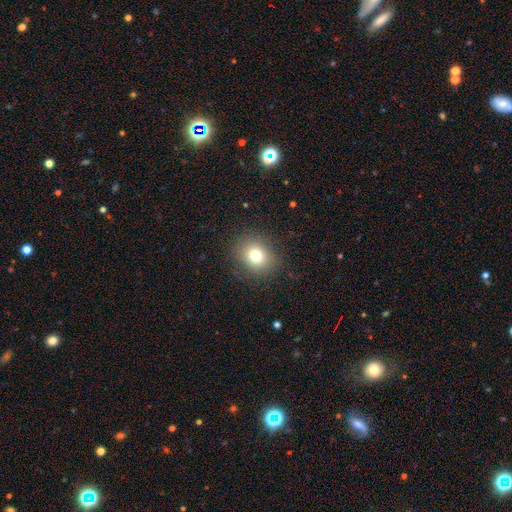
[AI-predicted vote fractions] smooth_or_featured: smooth (p=0.76) [alt: star or artifact p=0.13]
how_rounded: round (p=0.71) [alt: in between p=0.28]
merging: none (p=0.87) [alt: minor disturbance p=0.09]